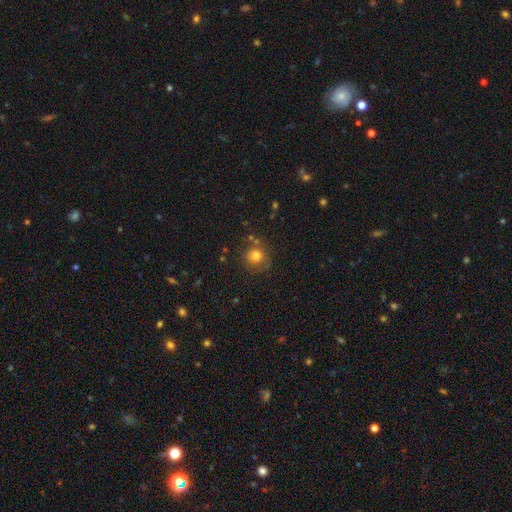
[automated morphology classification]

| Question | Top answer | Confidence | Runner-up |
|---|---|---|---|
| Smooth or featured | smooth | 78% | star or artifact (13%) |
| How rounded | round | 91% | in between (8%) |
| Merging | none | 75% | minor disturbance (14%) |